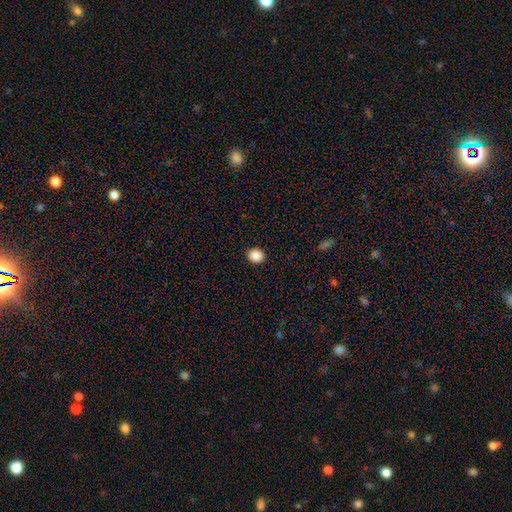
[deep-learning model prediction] A smooth galaxy with no disk features (89%) that is round (71%).

Vote fractions:
- Smooth or featured? smooth: 89% / star or artifact: 9% / featured or disk: 2%
- How rounded? round: 71% / in between: 28% / cigar-shaped: 1%
- Merging? none: 92% / minor disturbance: 6% / major disturbance: 2% / merger: 1%